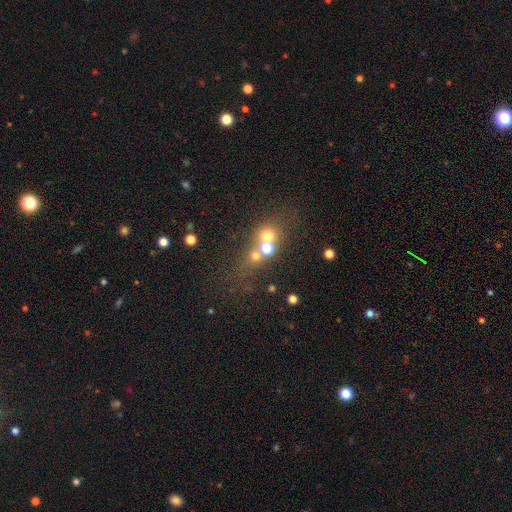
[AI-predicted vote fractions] smooth-or-featured: smooth: 58% | star or artifact: 25% | featured or disk: 17%
  how-rounded: round: 79% | in between: 19% | cigar-shaped: 2%
  merging: none: 46% | merger: 40% | minor disturbance: 8% | major disturbance: 6%